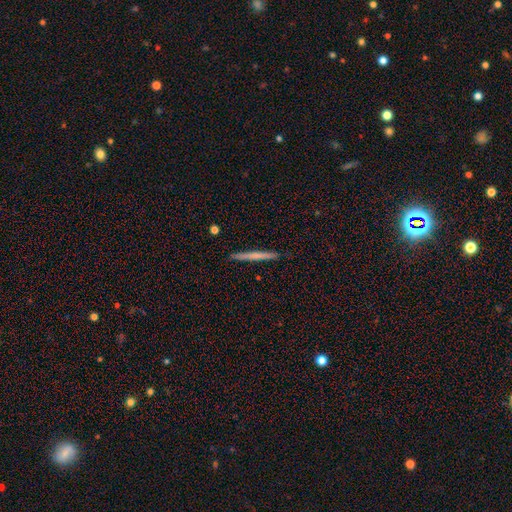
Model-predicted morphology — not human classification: A smooth galaxy with no disk features (60%) that is cigar-shaped (97%).

Vote fractions:
- Smooth or featured? smooth: 60% / featured or disk: 35% / star or artifact: 5%
- How rounded? cigar-shaped: 97% / in between: 2% / round: 1%
- Merging? none: 92% / minor disturbance: 5% / major disturbance: 1% / merger: 1%